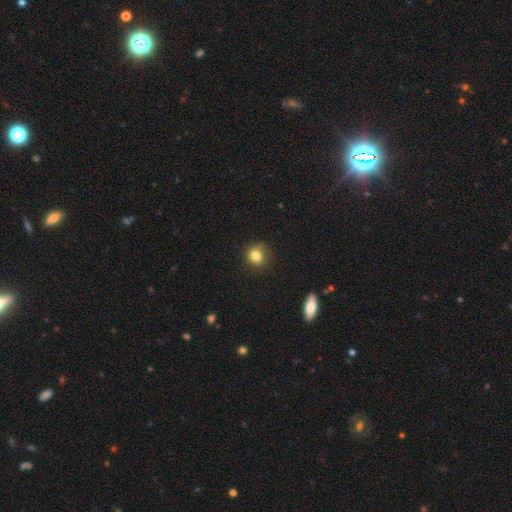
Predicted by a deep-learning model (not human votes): smooth-or-featured: smooth: 83% | star or artifact: 11% | featured or disk: 6%
  how-rounded: round: 85% | in between: 14% | cigar-shaped: 1%
  merging: none: 82% | minor disturbance: 13% | major disturbance: 3% | merger: 1%